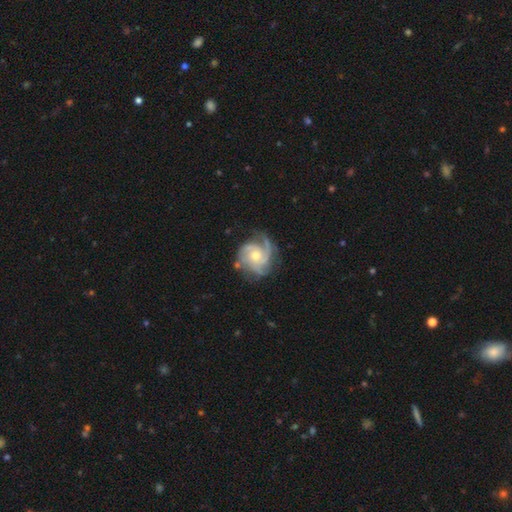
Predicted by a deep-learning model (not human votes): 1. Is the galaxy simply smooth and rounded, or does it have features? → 88% featured or disk, 7% smooth, 5% star or artifact.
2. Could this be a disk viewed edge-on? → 98% no, 2% yes.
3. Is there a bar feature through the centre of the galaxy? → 73% no, 23% weak, 4% strong.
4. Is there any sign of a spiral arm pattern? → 97% yes, 3% no.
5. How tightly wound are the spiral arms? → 49% tight, 40% medium, 11% loose.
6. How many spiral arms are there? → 46% 3, 18% 2, 14% can't tell, 10% 4, 6% 1, 5% more than 4.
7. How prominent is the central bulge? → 58% moderate, 37% small, 3% large, 1% none, 1% dominant.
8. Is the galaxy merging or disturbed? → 68% none, 20% minor disturbance, 9% major disturbance, 2% merger.